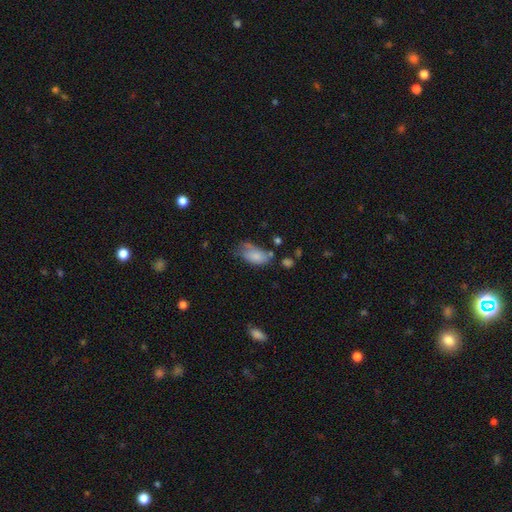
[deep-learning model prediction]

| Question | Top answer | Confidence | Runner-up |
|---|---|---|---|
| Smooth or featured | smooth | 77% | featured or disk (15%) |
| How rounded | in between | 92% | round (5%) |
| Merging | minor disturbance | 35% | tied: none (35%) |